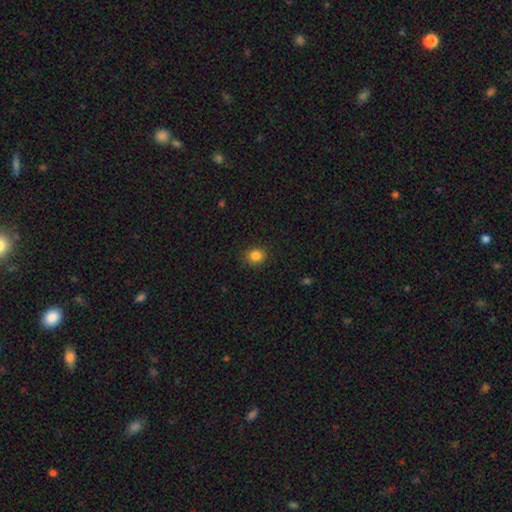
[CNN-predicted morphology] Smooth or featured: smooth — 84% (star or artifact — 11%)
How rounded: round — 73% (in between — 26%)
Merging: none — 89% (minor disturbance — 7%)